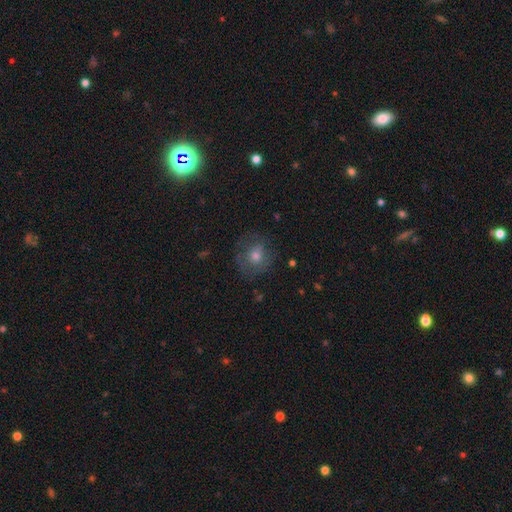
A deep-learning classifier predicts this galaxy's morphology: smooth_or_featured: smooth (p=0.46) [alt: featured or disk p=0.36]
merging: none (p=0.72) [alt: minor disturbance p=0.17]